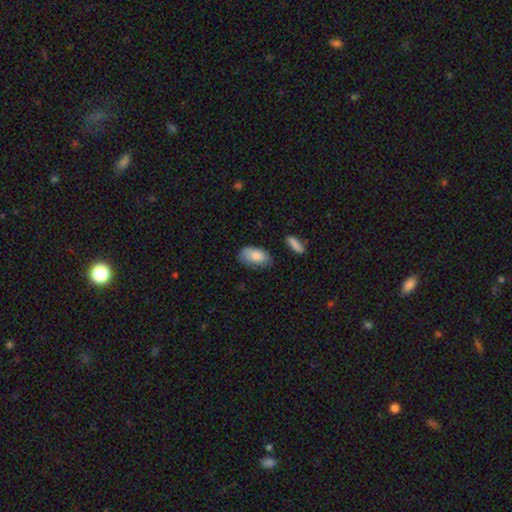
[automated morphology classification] Smooth or featured: smooth — 83% (featured or disk — 11%)
How rounded: in between — 93% (round — 4%)
Merging: none — 67% (minor disturbance — 24%)